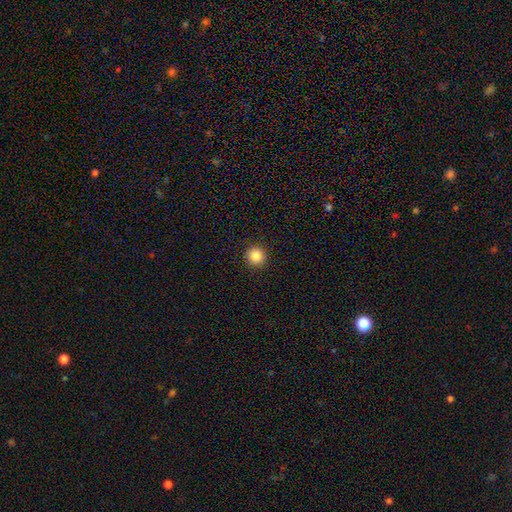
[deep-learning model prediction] Smooth or featured: smooth — 86% (star or artifact — 10%)
How rounded: round — 94% (in between — 5%)
Merging: none — 92% (minor disturbance — 5%)